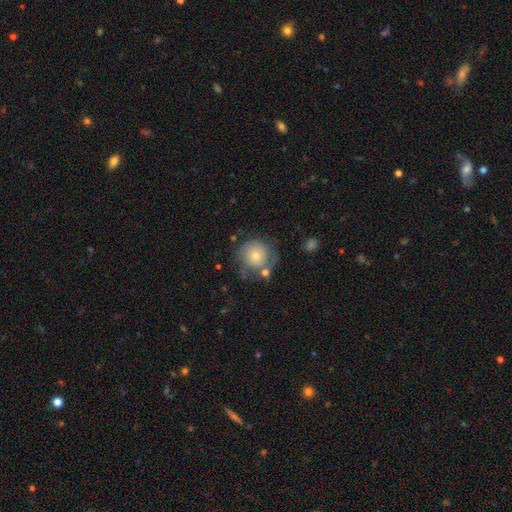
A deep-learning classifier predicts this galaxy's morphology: Smooth or featured? Predicted: smooth (p=0.69). How rounded? Predicted: round (p=0.93). Merging? Predicted: none (p=0.61).